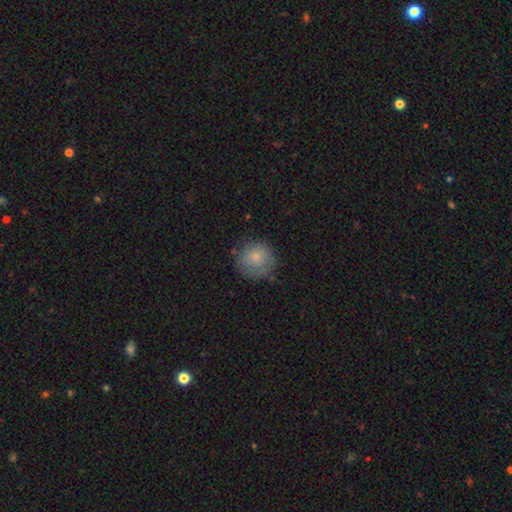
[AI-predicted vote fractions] A smooth galaxy with no disk features (72%) that is round (89%).

Vote fractions:
- Smooth or featured? smooth: 72% / featured or disk: 17% / star or artifact: 11%
- How rounded? round: 89% / in between: 10% / cigar-shaped: 1%
- Merging? none: 71% / minor disturbance: 21% / major disturbance: 6% / merger: 1%